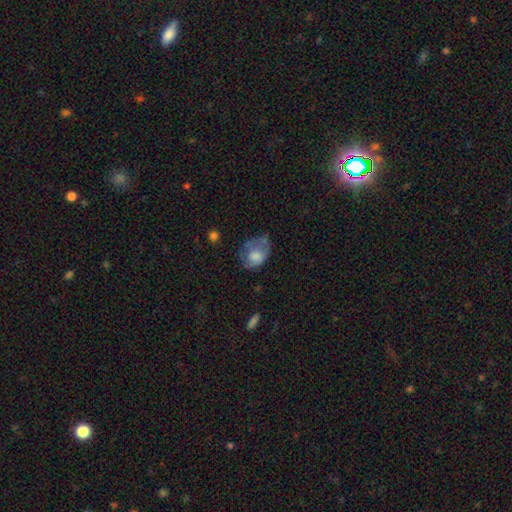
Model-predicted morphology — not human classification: A smooth galaxy with no disk features (63%) that is in between round and cigar-shaped (70%).

Vote fractions:
- Smooth or featured? smooth: 63% / featured or disk: 28% / star or artifact: 9%
- How rounded? in between: 70% / round: 29% / cigar-shaped: 1%
- Merging? major disturbance: 34% / minor disturbance: 33% / none: 29% / merger: 4%